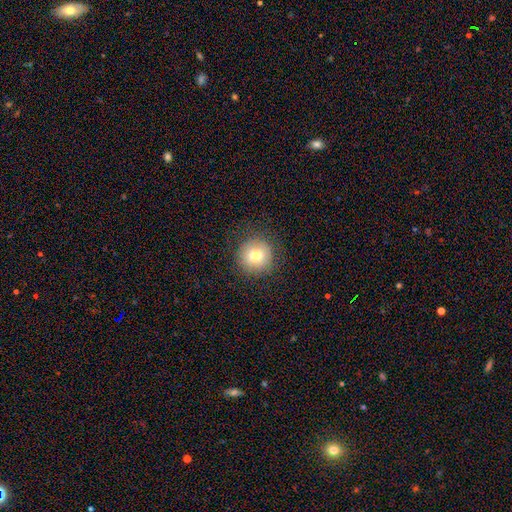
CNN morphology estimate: Smooth or featured? smooth (75%)
How rounded? round (94%)
Merging? none (85%)